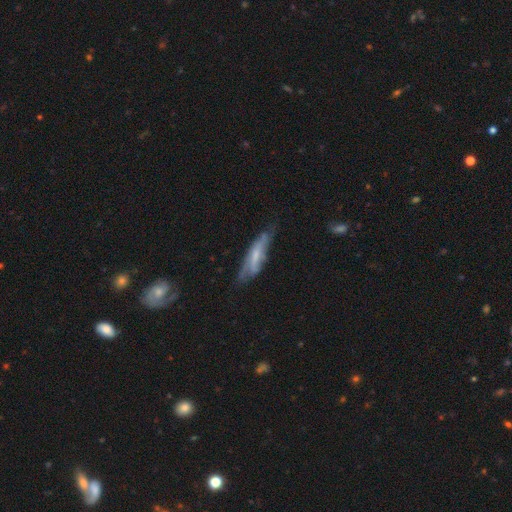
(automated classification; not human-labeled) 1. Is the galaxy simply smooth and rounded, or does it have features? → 53% featured or disk, 40% smooth, 7% star or artifact.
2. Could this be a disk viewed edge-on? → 53% no, 47% yes.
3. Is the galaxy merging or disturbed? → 51% none, 32% minor disturbance, 14% major disturbance, 3% merger.